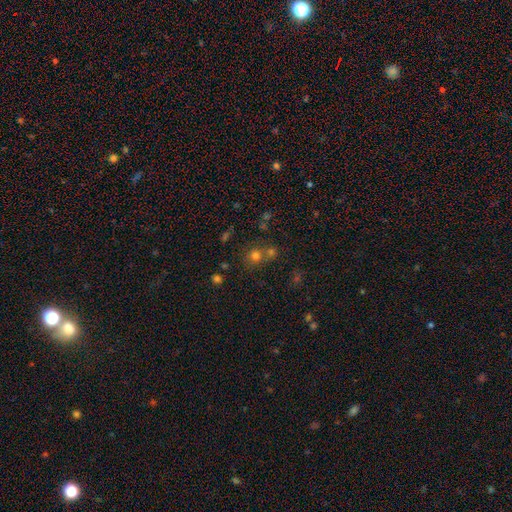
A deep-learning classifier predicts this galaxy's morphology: This is likely a smooth galaxy (69%). How rounded: clearly round (83%). Merging: possibly none (53%).